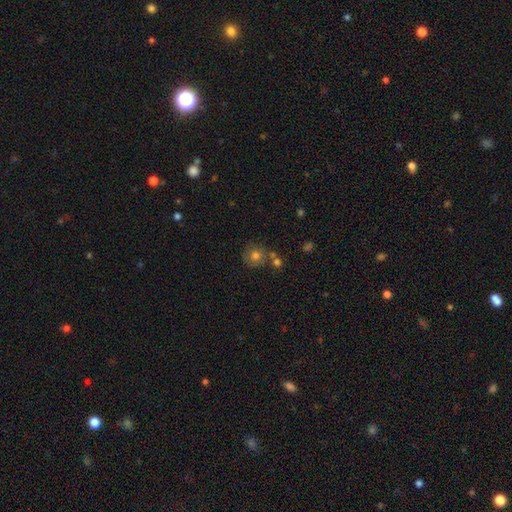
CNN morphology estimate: Q: Smooth or featured?
A: smooth (68%); runner-up: featured or disk (17%)
Q: How rounded?
A: round (89%); runner-up: in between (10%)
Q: Merging?
A: none (65%); runner-up: merger (18%)